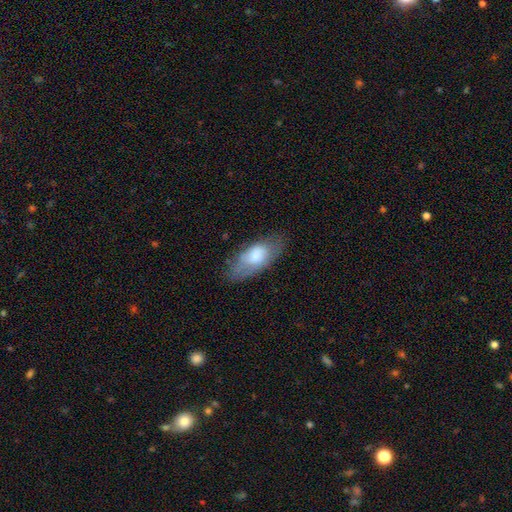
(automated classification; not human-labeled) Q: Smooth or featured?
A: smooth (69%); runner-up: featured or disk (24%)
Q: How rounded?
A: in between (87%); runner-up: cigar-shaped (9%)
Q: Merging?
A: none (63%); runner-up: minor disturbance (25%)